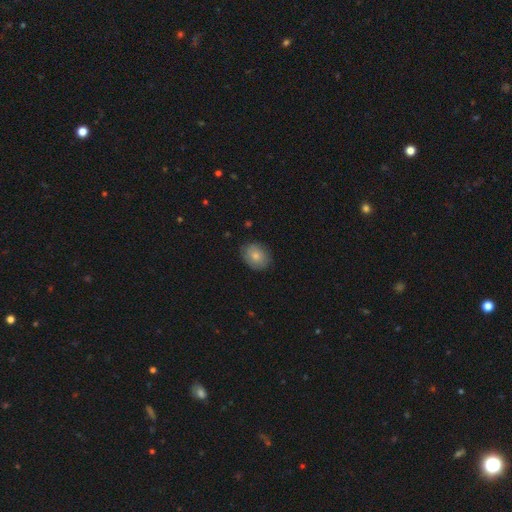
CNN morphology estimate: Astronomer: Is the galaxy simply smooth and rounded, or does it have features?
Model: smooth — 78%.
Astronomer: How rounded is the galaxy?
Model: in between — 57% (runner-up: round, 42%).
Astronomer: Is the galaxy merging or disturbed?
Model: none — 81%.